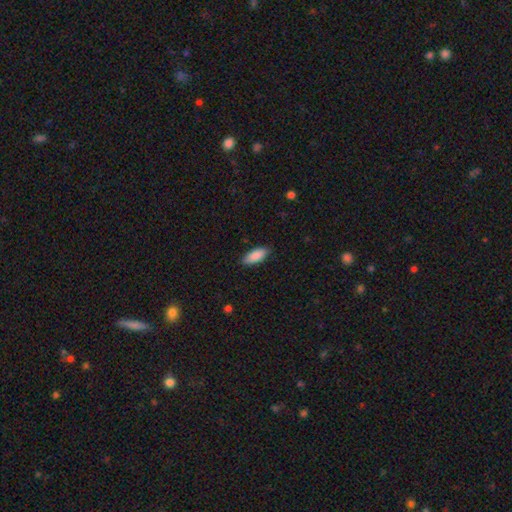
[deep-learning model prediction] The model was most divided on "how rounded": in between: 83%, cigar-shaped: 15%, round: 2%. More confident: smooth or featured — smooth (89%); merging — none (87%).